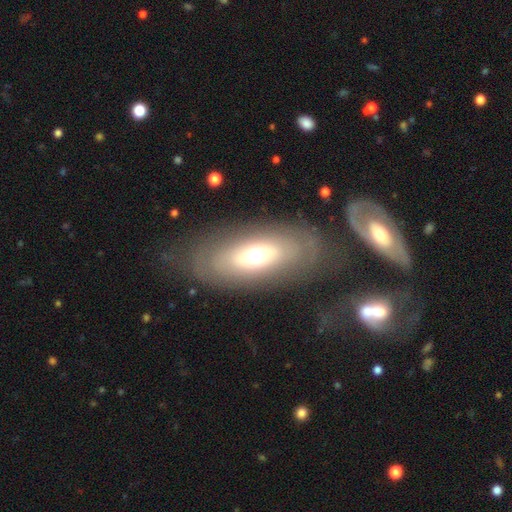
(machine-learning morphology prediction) A smooth galaxy with no disk features (47%).

Vote fractions:
- Smooth or featured? smooth: 47% / featured or disk: 44% / star or artifact: 10%
- Merging? none: 79% / minor disturbance: 11% / major disturbance: 8% / merger: 2%